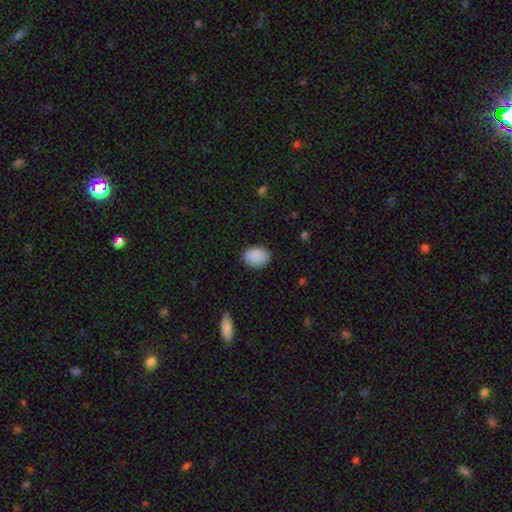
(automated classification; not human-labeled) Q: Smooth or featured?
A: smooth (88%); runner-up: star or artifact (7%)
Q: How rounded?
A: in between (67%); runner-up: round (32%)
Q: Merging?
A: none (82%); runner-up: minor disturbance (14%)